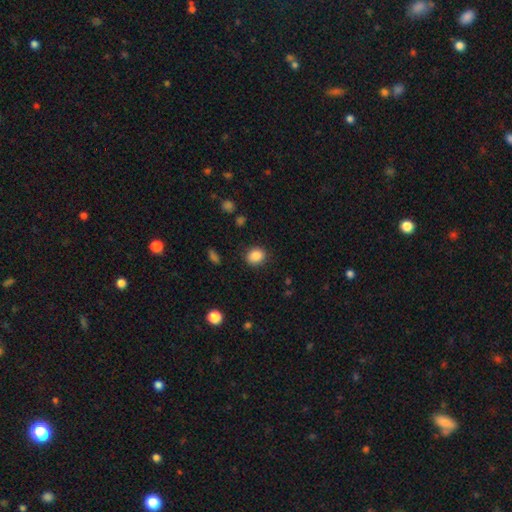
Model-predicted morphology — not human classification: smooth 87%, star or artifact 9%, featured or disk 4%. Down the decision tree: how rounded — round (64%); merging — none (87%).